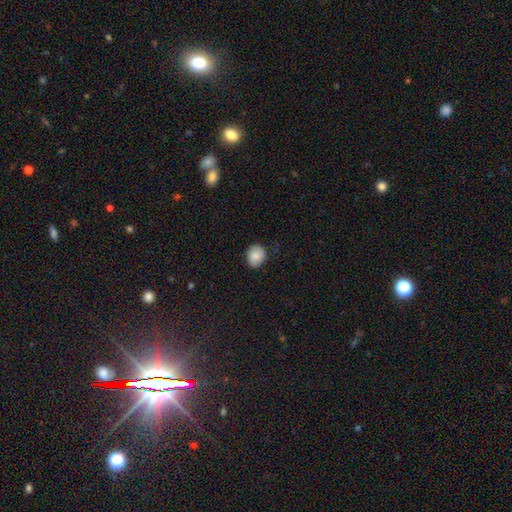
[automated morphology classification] This appears to be a smooth galaxy with no disk features (85%) that is round (54%). Merging: none (78%).